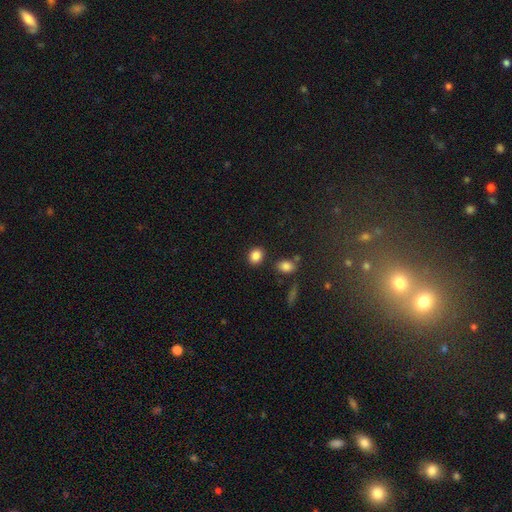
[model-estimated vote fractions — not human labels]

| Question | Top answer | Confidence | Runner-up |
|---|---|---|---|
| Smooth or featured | smooth | 86% | star or artifact (10%) |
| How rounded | round | 58% | in between (41%) |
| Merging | none | 83% | minor disturbance (9%) |